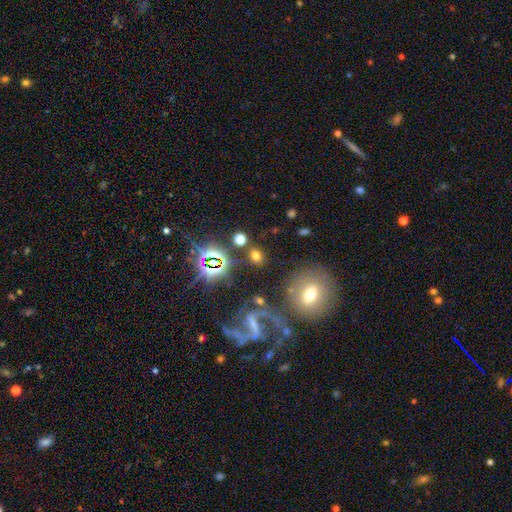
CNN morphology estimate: A smooth galaxy with no disk features (58%) that is round (53%). Merging: none (74%).